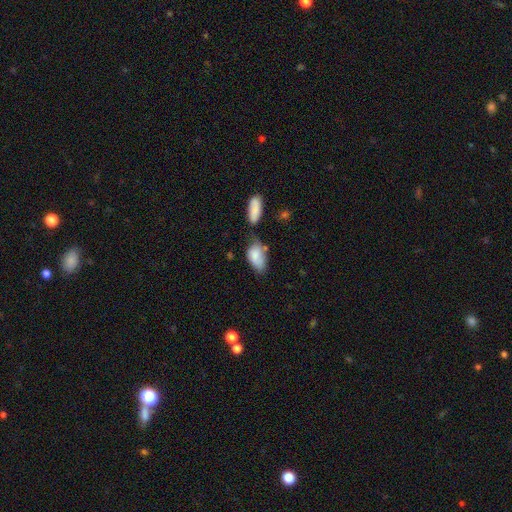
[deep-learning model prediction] Smooth or featured? Predicted: smooth (p=0.80). How rounded? Predicted: in between (p=0.93). Merging? Predicted: none (p=0.33).